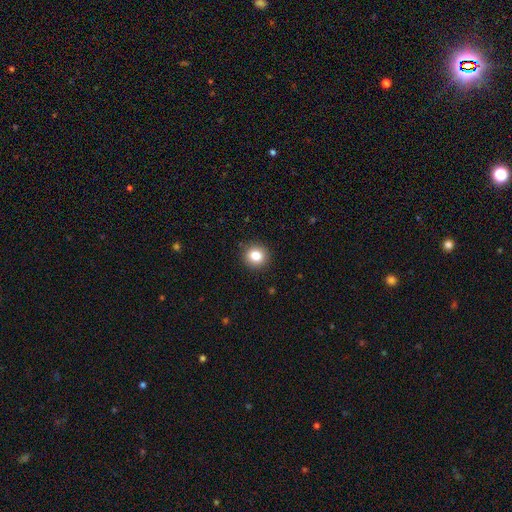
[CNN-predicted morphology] type=smooth (82%); roundness=round (91%); merging=none (91%).